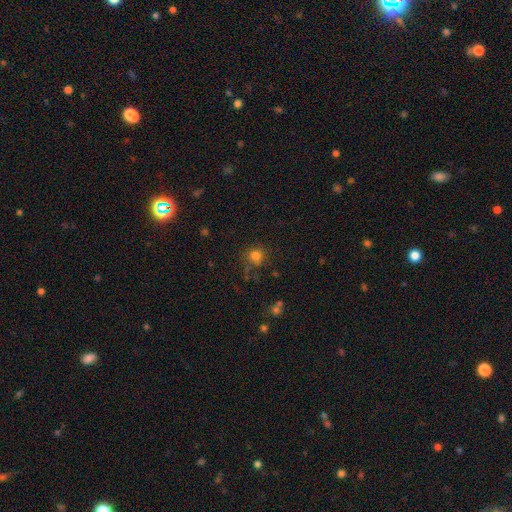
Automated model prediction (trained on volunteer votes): This is likely a smooth galaxy (79%). How rounded: clearly round (88%). Merging: likely none (76%).